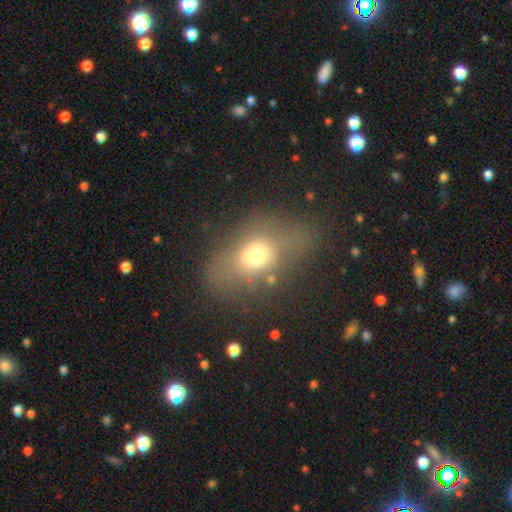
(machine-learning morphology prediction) type=smooth (61%); roundness=in between (65%); merging=none (45%).